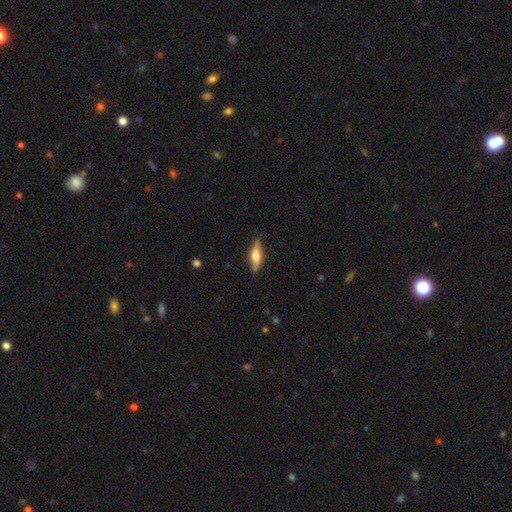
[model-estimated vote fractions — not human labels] Morphology: type=smooth (52%); roundness=cigar-shaped (53%); merging=none (79%).